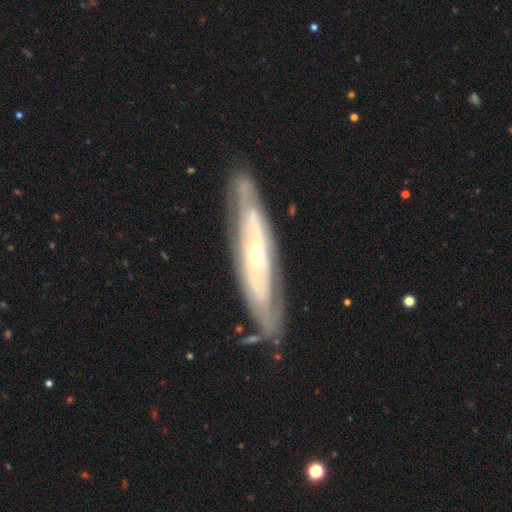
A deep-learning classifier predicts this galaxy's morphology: Overall: featured or disk (78%). Edge-on disk: no (65%; yes 35%). Bar: no (75%). Spiral arms: yes (71%). Bulge size: small (68%). Merging: none (82%).